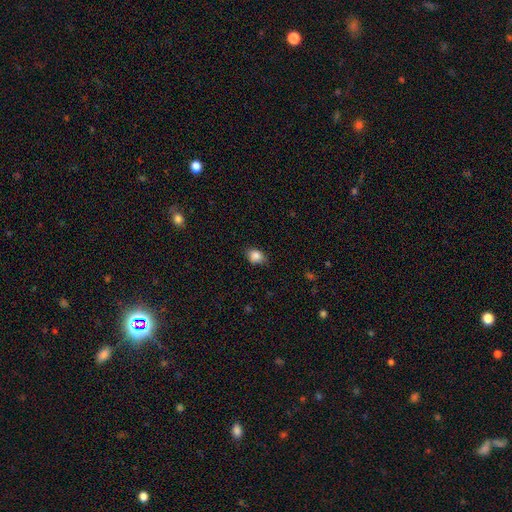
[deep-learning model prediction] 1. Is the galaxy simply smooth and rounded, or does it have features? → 86% smooth, 9% star or artifact, 5% featured or disk.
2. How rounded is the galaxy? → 56% in between, 43% round, 1% cigar-shaped.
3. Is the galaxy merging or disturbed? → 79% none, 17% minor disturbance, 3% major disturbance, 1% merger.